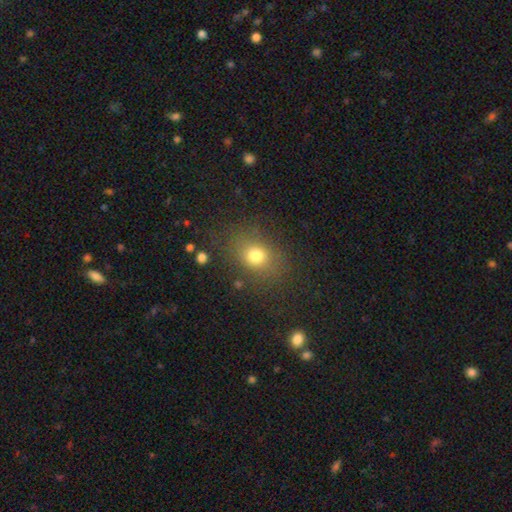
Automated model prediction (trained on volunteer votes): Overall: smooth (75%). How rounded: round (51%; in between 48%). Merging: none (77%).